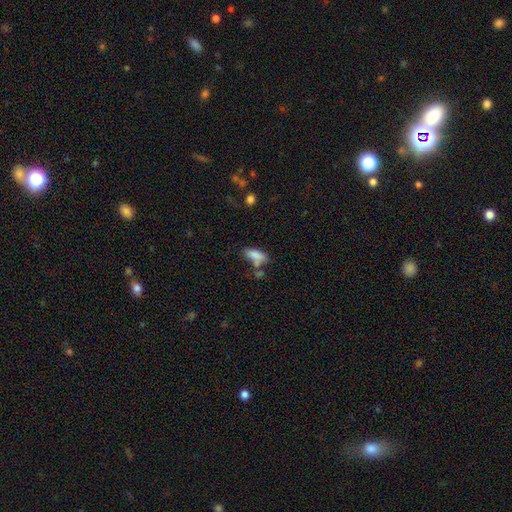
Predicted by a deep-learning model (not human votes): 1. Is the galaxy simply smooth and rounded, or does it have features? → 80% smooth, 10% featured or disk, 9% star or artifact.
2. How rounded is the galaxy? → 81% in between, 16% cigar-shaped, 3% round.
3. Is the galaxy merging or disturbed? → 43% none, 24% merger, 22% minor disturbance, 12% major disturbance.